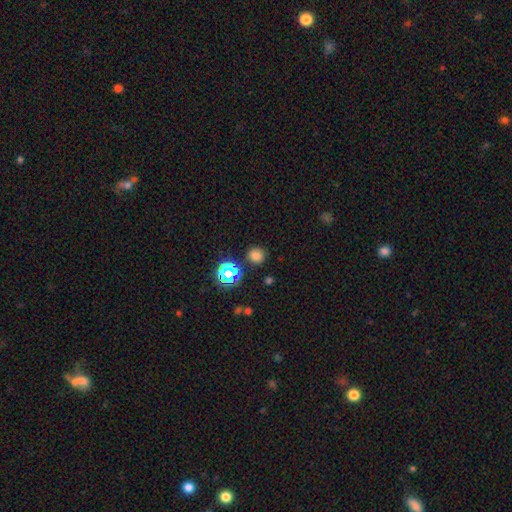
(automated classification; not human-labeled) This is likely a smooth galaxy (72%). How rounded: clearly round (85%). Merging: clearly none (85%).